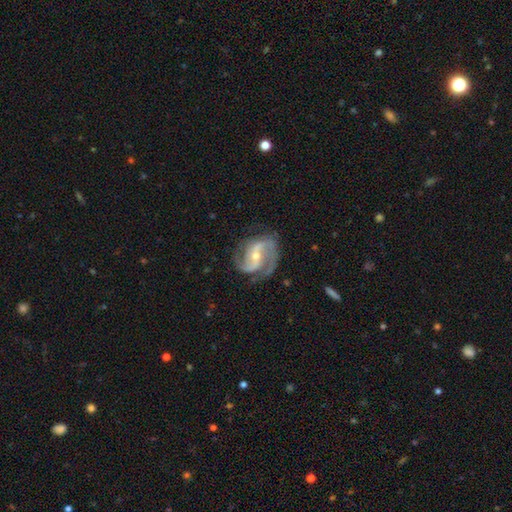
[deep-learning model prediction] This appears to be a featured or disk galaxy (91%) with a weak bar (42%), 2 (79%) medium (56%) spiral arms (98%) and a small central bulge (54%). Merging: none (72%).